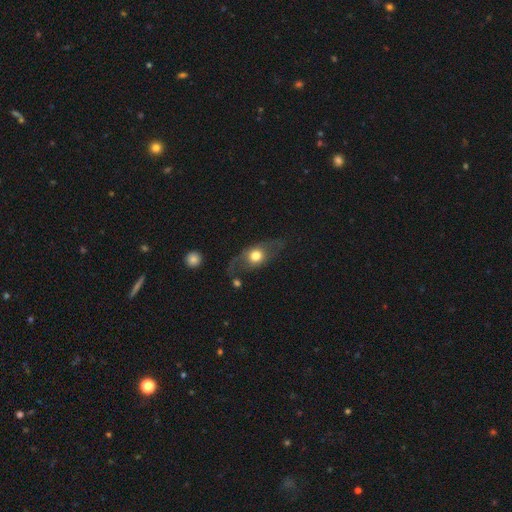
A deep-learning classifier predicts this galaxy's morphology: This is possibly a smooth galaxy (47%). Merging: possibly none (59%).